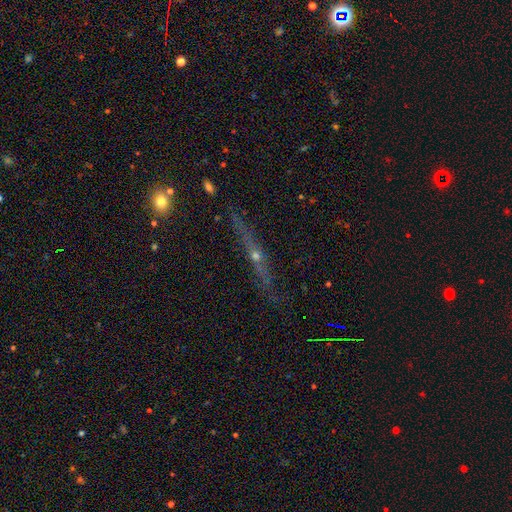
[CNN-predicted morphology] Overall: featured or disk (70%). Edge-on disk: yes (91%). Edge-on bulge: rounded (84%). Merging: none (81%).